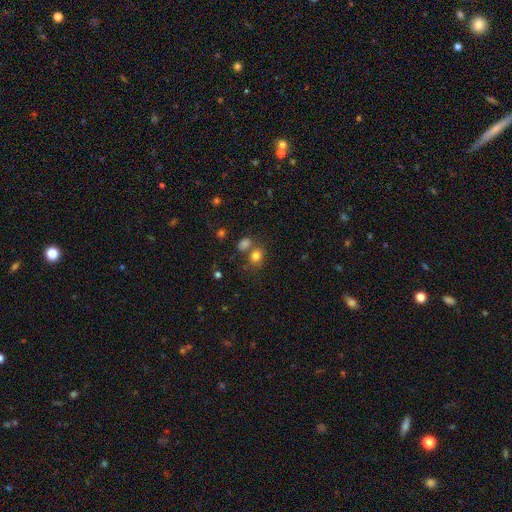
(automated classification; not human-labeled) A smooth galaxy with no disk features (79%) that is round (59%).

Vote fractions:
- Smooth or featured? smooth: 79% / star or artifact: 14% / featured or disk: 7%
- How rounded? round: 59% / in between: 40% / cigar-shaped: 1%
- Merging? none: 60% / merger: 25% / minor disturbance: 11% / major disturbance: 4%